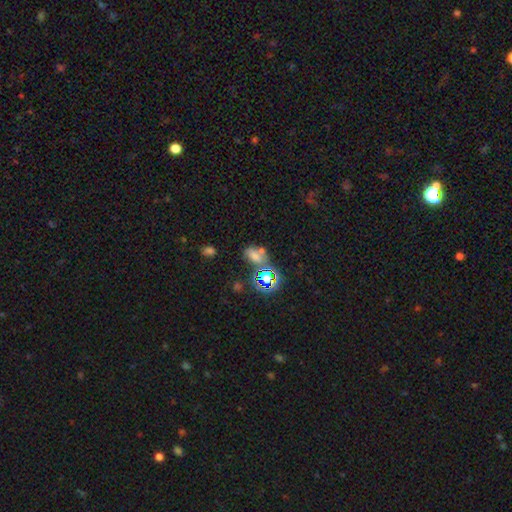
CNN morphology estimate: smooth-or-featured: smooth: 53% | star or artifact: 36% | featured or disk: 11%
  how-rounded: in between: 79% | round: 16% | cigar-shaped: 5%
  merging: none: 52% | merger: 23% | minor disturbance: 16% | major disturbance: 9%